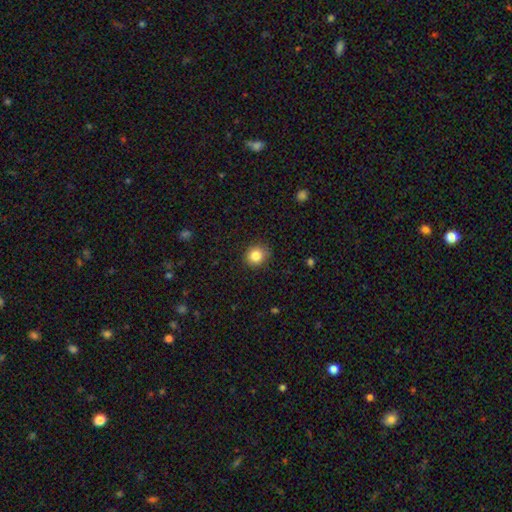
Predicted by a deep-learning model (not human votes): smooth_or_featured: smooth (p=0.84) [alt: star or artifact p=0.10]
how_rounded: round (p=0.84) [alt: in between p=0.15]
merging: none (p=0.88) [alt: minor disturbance p=0.09]